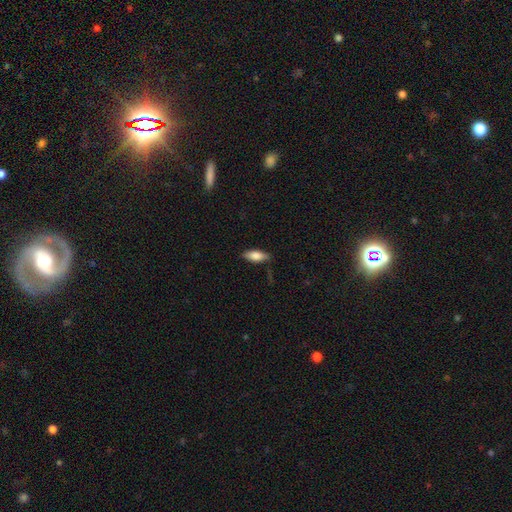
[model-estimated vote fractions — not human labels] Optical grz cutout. It shows a smooth galaxy with no disk features (77%) that is in between round and cigar-shaped (76%). Merging: none (81%).